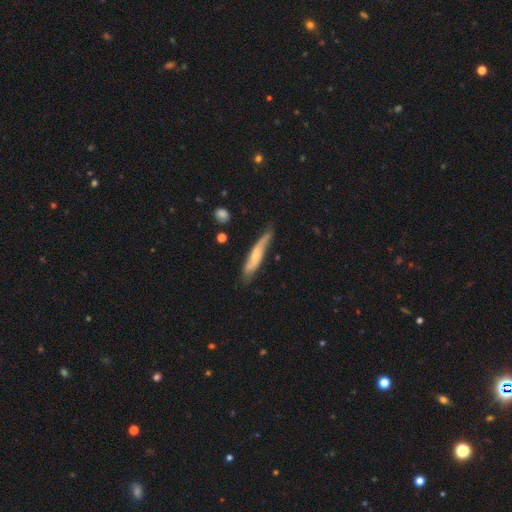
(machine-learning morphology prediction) featured or disk 51%, smooth 44%, star or artifact 5%. Down the decision tree: edge-on disk — yes (59%); merging — none (65%).